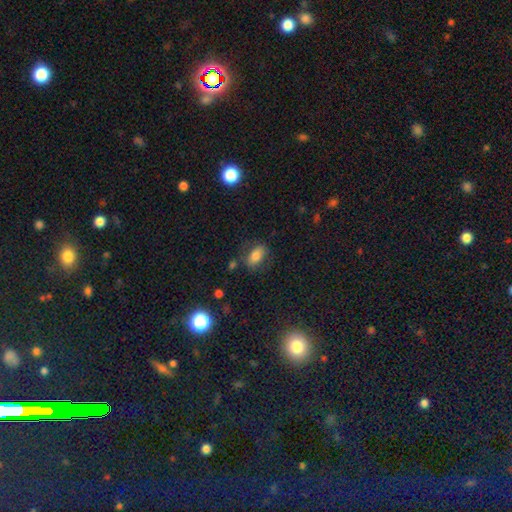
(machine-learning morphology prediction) Smooth or featured?
  - smooth: 76% *
  - featured or disk: 12%
  - star or artifact: 12%
How rounded?
  - in between: 86% *
  - round: 10%
  - cigar-shaped: 4%
Merging?
  - none: 72% *
  - minor disturbance: 17%
  - major disturbance: 6%
  - merger: 4%